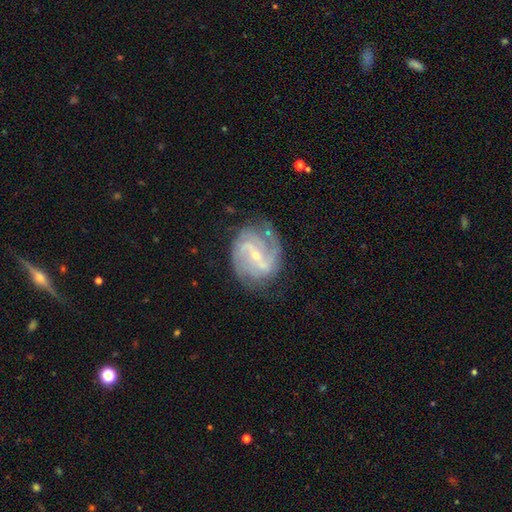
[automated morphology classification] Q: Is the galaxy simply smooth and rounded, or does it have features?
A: featured or disk — 89%.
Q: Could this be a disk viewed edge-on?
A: no — 97%.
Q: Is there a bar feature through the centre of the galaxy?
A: weak — 42%.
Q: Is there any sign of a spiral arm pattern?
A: yes — 96%.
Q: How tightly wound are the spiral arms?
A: medium — 48%.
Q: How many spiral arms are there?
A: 2 — 66%.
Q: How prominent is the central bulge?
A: small — 73%.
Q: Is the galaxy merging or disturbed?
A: none — 71%.